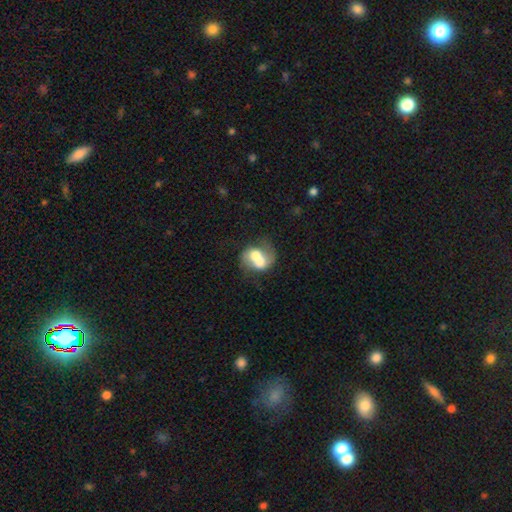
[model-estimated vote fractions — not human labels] A smooth galaxy with no disk features (47%). Merging: merger (72%).